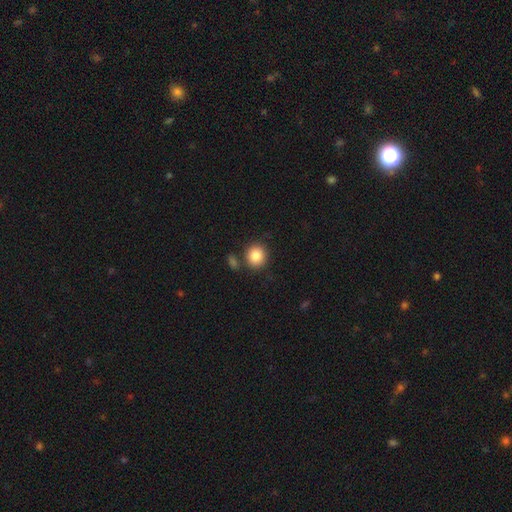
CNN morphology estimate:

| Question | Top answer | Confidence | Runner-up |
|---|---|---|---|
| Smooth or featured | smooth | 84% | star or artifact (9%) |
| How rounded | round | 86% | in between (13%) |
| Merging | none | 77% | merger (10%) |